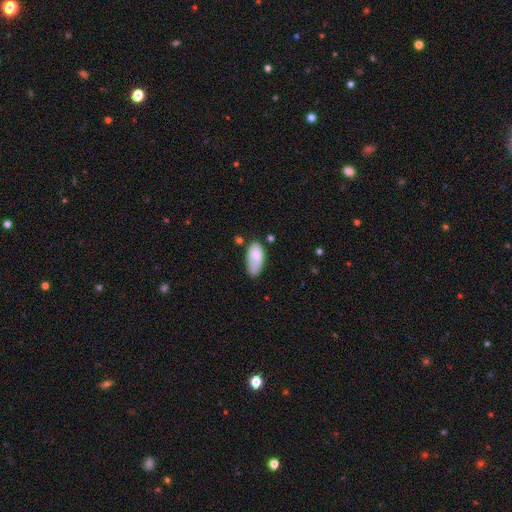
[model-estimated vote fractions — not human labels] This is likely a smooth galaxy (77%). How rounded: clearly in between (91%). Merging: possibly none (50%).